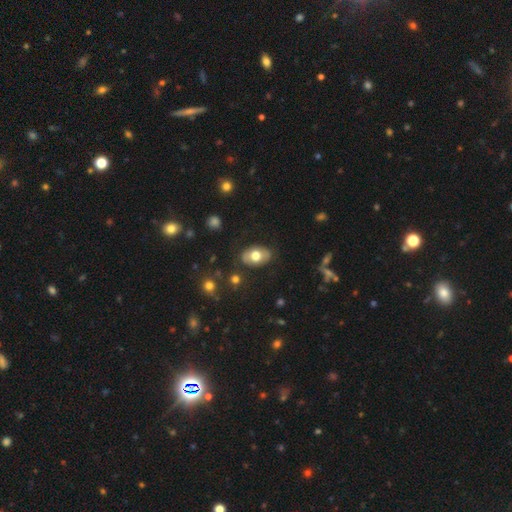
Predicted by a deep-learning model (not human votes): The model was most divided on "smooth or featured": smooth: 63%, featured or disk: 30%, star or artifact: 7%. More confident: how rounded — in between (87%); merging — none (81%).